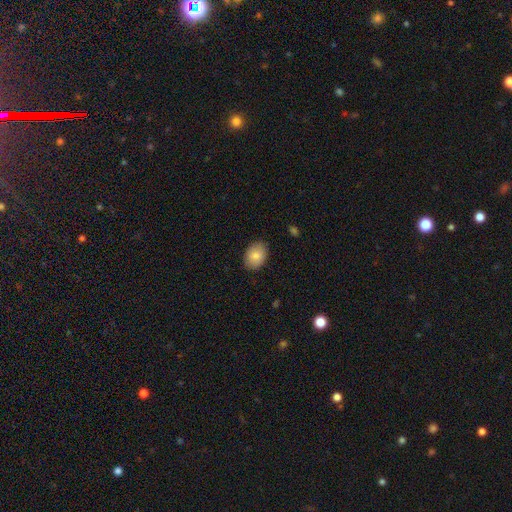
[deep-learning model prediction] The model was most divided on "how rounded": in between: 79%, round: 20%, cigar-shaped: 1%. More confident: merging — none (87%); smooth or featured — smooth (85%).